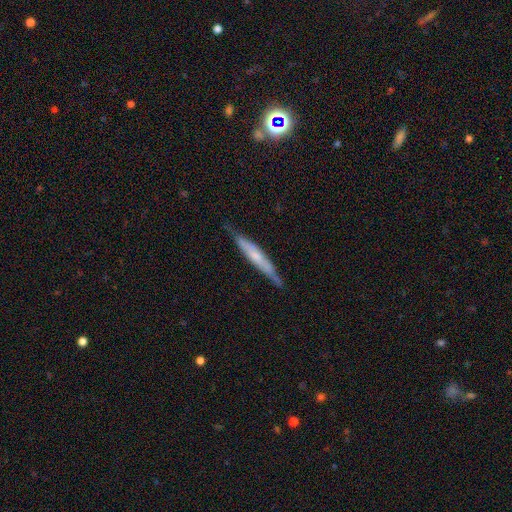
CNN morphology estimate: Smooth or featured? featured or disk (51%)
Edge-on disk? yes (87%)
Merging? none (77%)